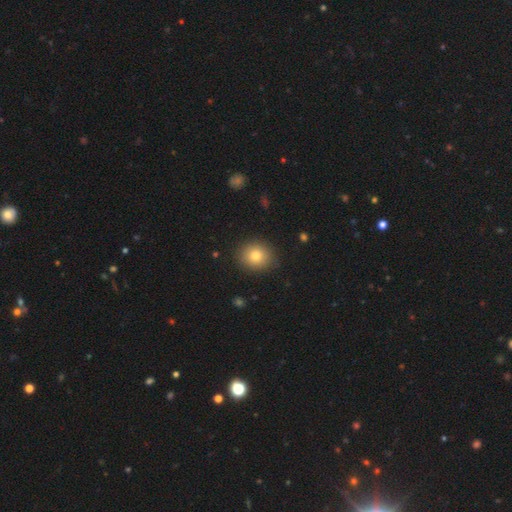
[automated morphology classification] smooth 79%, star or artifact 11%, featured or disk 10%. Down the decision tree: how rounded — round (80%); merging — none (89%).